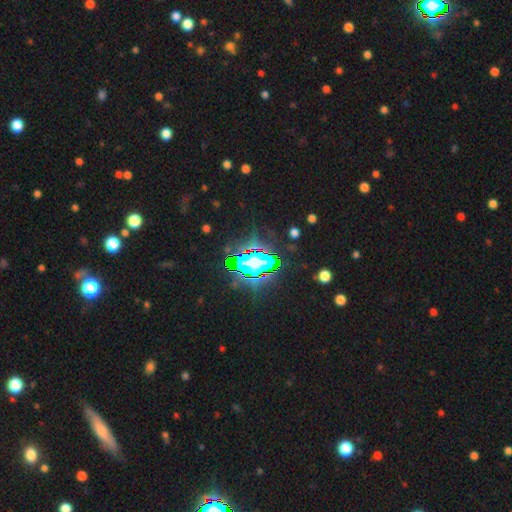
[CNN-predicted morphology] smooth-or-featured: star or artifact: 82% | smooth: 10% | featured or disk: 8%